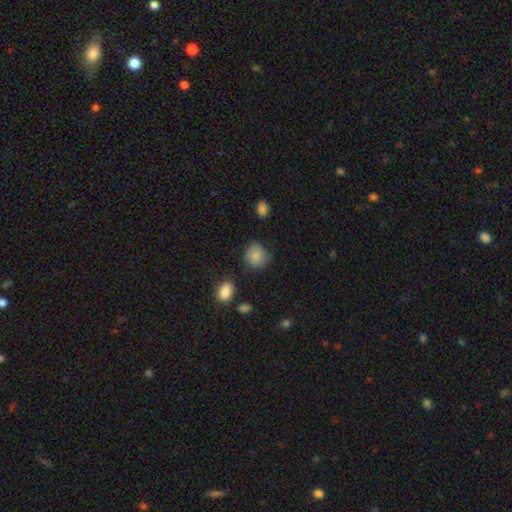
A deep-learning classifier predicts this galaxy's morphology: Smooth or featured? smooth (84%)
How rounded? round (81%)
Merging? none (72%)